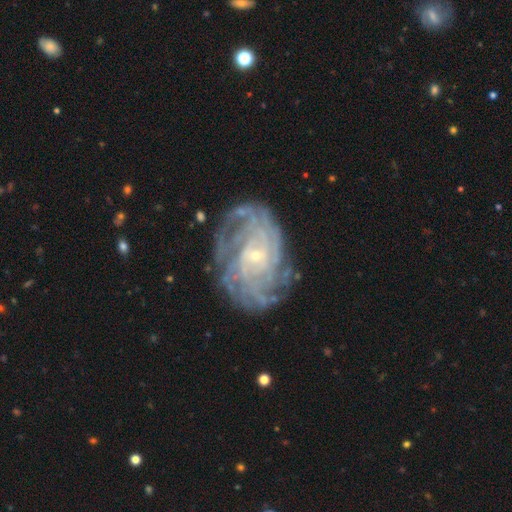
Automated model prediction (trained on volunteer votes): This is clearly a featured or disk galaxy (88%). It is clearly not viewed edge-on (97%). Bar: likely no (63%). Spiral arm pattern: clearly yes (96%). Spiral arm count: marginally can't tell (30%). Spiral winding: likely tight (73%). Central bulge: clearly small (84%). Merging: likely none (75%).